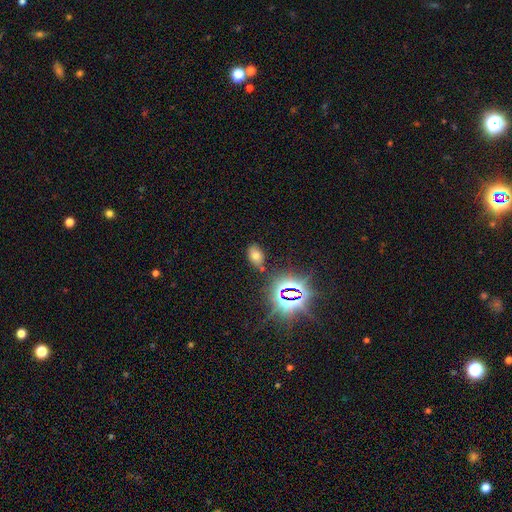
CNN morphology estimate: This is possibly a smooth galaxy (57%). How rounded: clearly in between (84%). Merging: clearly none (81%).